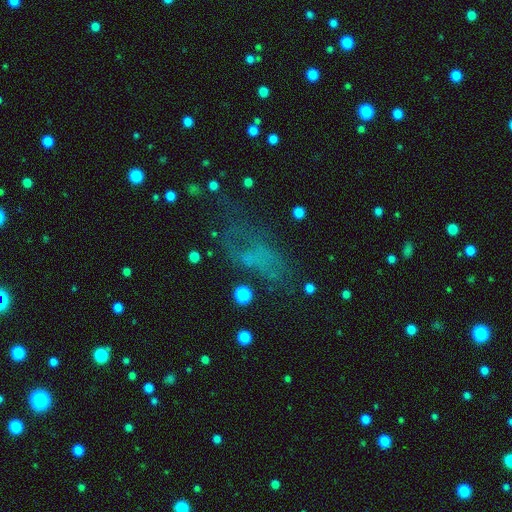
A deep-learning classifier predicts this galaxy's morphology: Q: Smooth or featured?
A: smooth (44%); runner-up: star or artifact (34%)
Q: Merging?
A: none (50%); runner-up: major disturbance (24%)